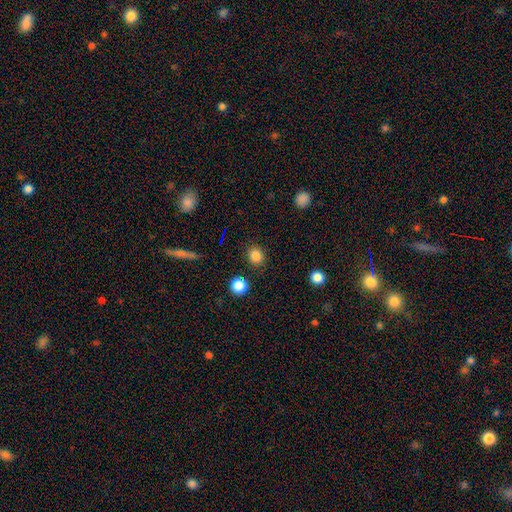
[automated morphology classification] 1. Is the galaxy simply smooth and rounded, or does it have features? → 84% smooth, 12% star or artifact, 4% featured or disk.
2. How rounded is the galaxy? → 79% round, 20% in between, 1% cigar-shaped.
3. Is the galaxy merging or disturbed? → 88% none, 7% minor disturbance, 3% major disturbance, 2% merger.